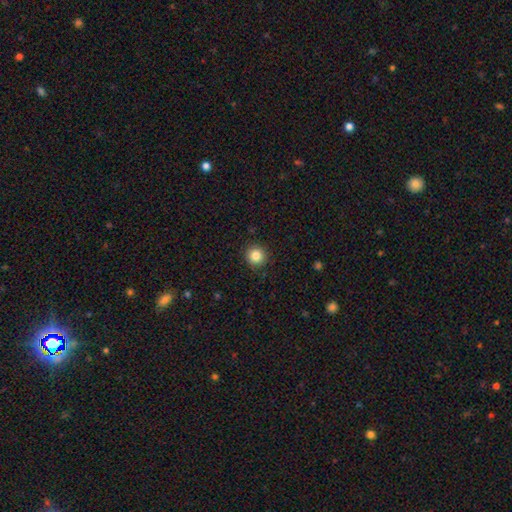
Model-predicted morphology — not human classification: Smooth or featured? smooth (84%)
How rounded? round (94%)
Merging? none (92%)